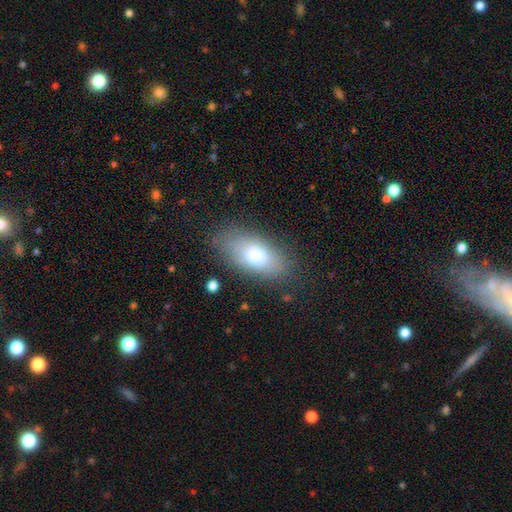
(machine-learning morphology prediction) The model was most divided on "smooth or featured": smooth: 73%, featured or disk: 18%, star or artifact: 9%. More confident: how rounded — in between (87%); merging — none (74%).